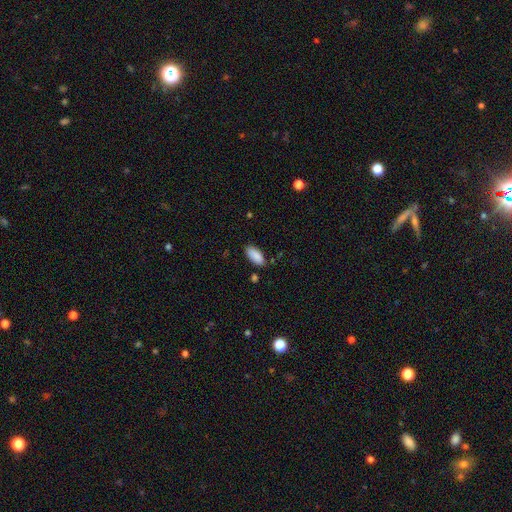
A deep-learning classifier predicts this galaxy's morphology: The model was most divided on "merging": none: 81%, minor disturbance: 13%, major disturbance: 3%, merger: 3%. More confident: how rounded — in between (90%); smooth or featured — smooth (89%).